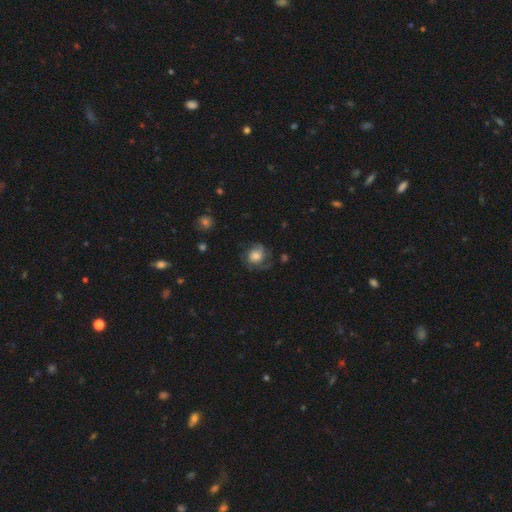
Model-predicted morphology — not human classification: This appears to be a smooth galaxy with no disk features (50%). Merging: none (58%).